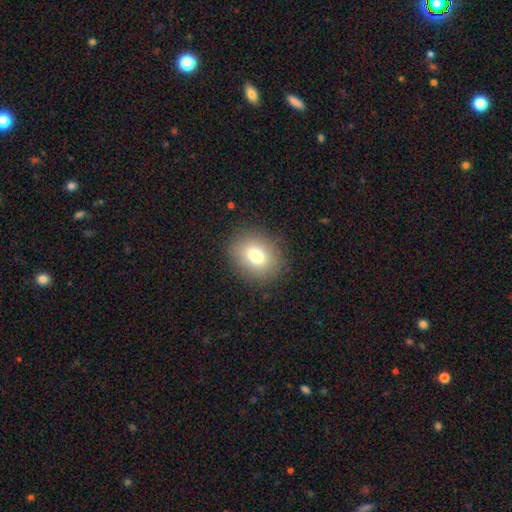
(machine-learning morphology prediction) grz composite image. It shows a smooth galaxy with no disk features (76%) that is round (53%). Merging: none (87%).